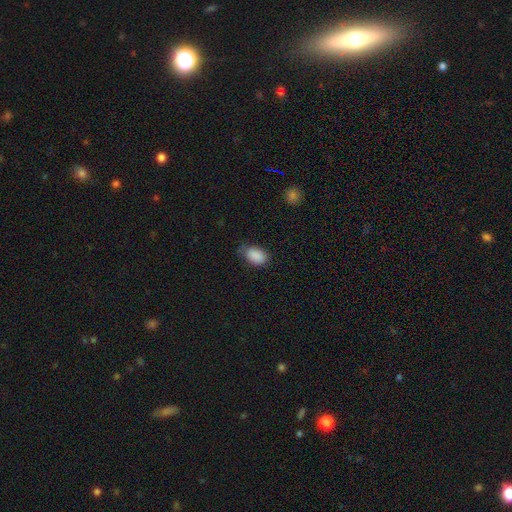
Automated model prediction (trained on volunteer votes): smooth_or_featured: smooth (p=0.89) [alt: star or artifact p=0.07]
how_rounded: in between (p=0.88) [alt: round p=0.10]
merging: none (p=0.68) [alt: minor disturbance p=0.25]